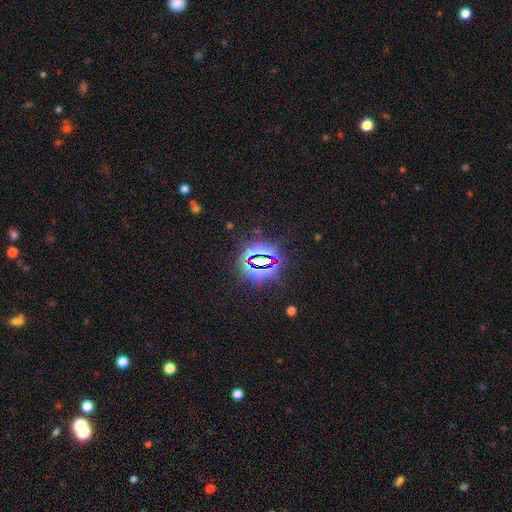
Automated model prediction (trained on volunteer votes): A star or artifact, not a galaxy (81%).

Vote fractions:
- Smooth or featured? star or artifact: 81% / smooth: 11% / featured or disk: 7%